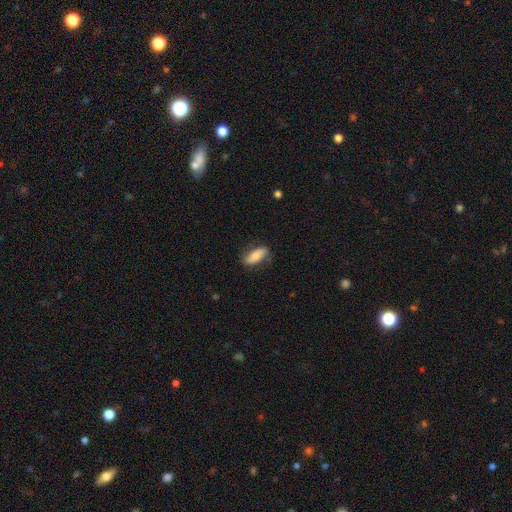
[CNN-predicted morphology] smooth 68%, featured or disk 26%, star or artifact 7%. Down the decision tree: how rounded — in between (73%); merging — none (75%).